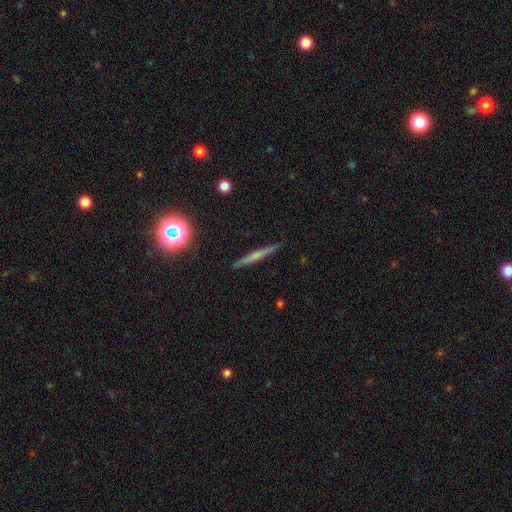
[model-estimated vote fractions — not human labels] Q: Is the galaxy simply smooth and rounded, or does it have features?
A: featured or disk — 53%.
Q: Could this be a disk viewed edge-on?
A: yes — 96%.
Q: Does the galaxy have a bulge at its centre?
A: none — 50%.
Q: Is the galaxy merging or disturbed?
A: none — 90%.